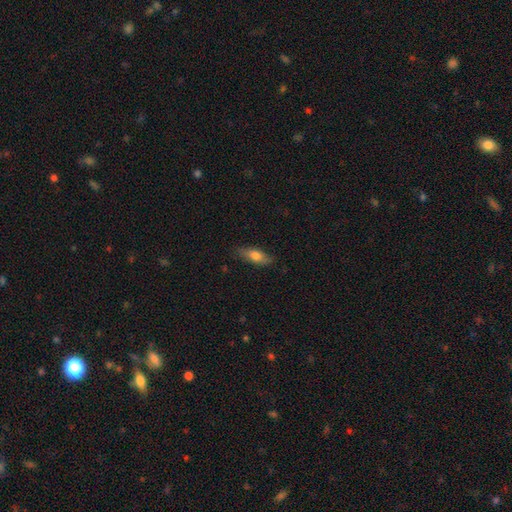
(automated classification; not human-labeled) Smooth or featured: smooth — 72% (featured or disk — 22%)
How rounded: in between — 65% (cigar-shaped — 32%)
Merging: none — 82% (minor disturbance — 14%)